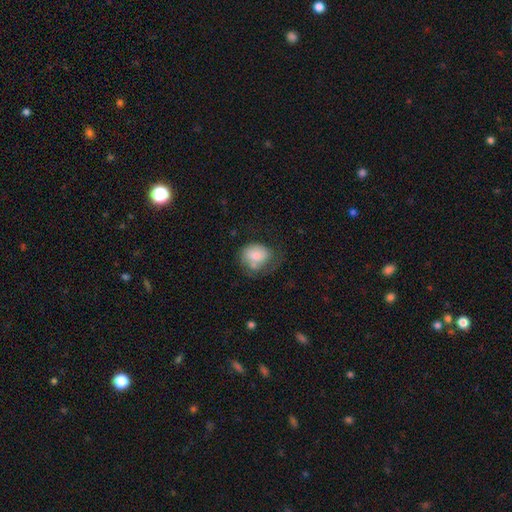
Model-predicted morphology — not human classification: Overall: smooth (70%). How rounded: round (55%; in between 44%). Merging: none (35%; major disturbance 28%).